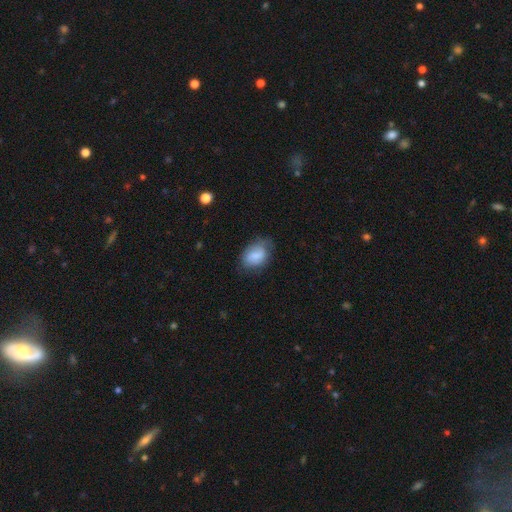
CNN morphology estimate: This appears to be a smooth galaxy with no disk features (68%) that is in between round and cigar-shaped (80%). Merging: none (59%).